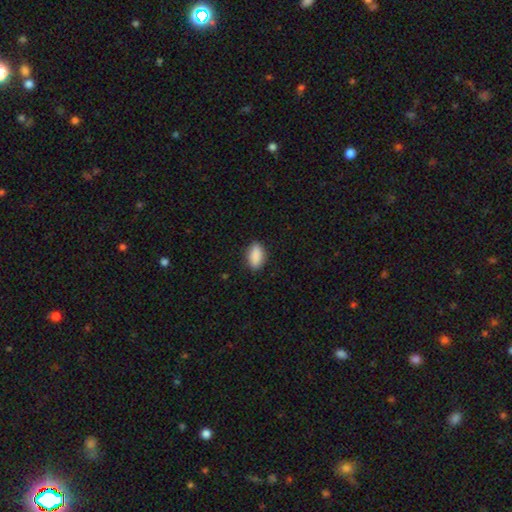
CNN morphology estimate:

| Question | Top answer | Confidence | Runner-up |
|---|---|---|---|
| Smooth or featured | smooth | 88% | star or artifact (7%) |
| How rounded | in between | 87% | cigar-shaped (9%) |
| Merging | none | 86% | minor disturbance (10%) |